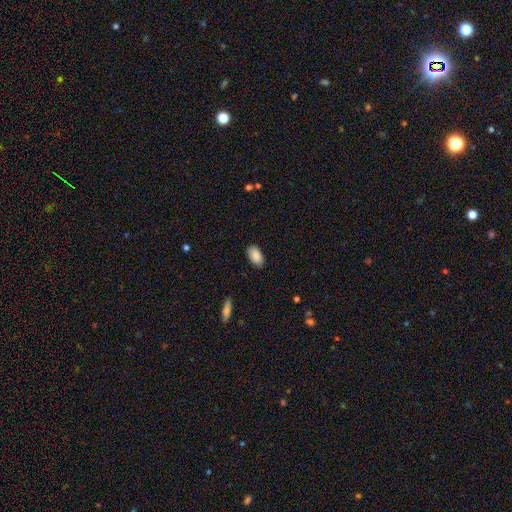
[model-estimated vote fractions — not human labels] smooth 89%, star or artifact 6%, featured or disk 5%. Down the decision tree: how rounded — in between (95%); merging — none (87%).